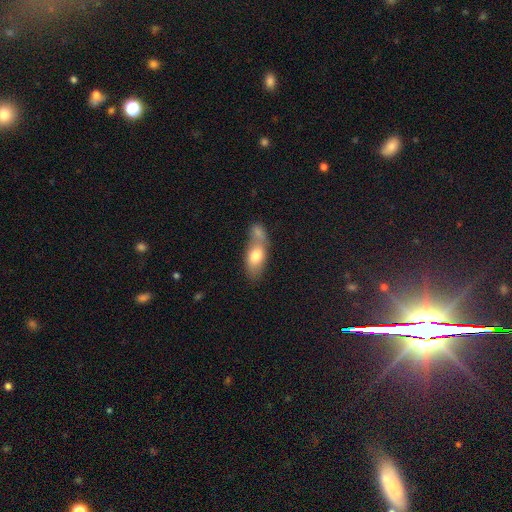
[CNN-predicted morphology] The model was most divided on "merging": merger: 50%, none: 30%, minor disturbance: 13%, major disturbance: 7%. More confident: how rounded — in between (82%); smooth or featured — smooth (73%).